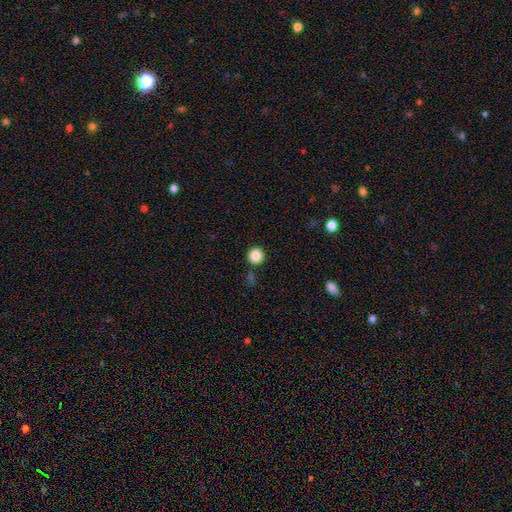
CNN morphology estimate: A smooth galaxy with no disk features (85%) that is round (94%). Merging: none (86%).